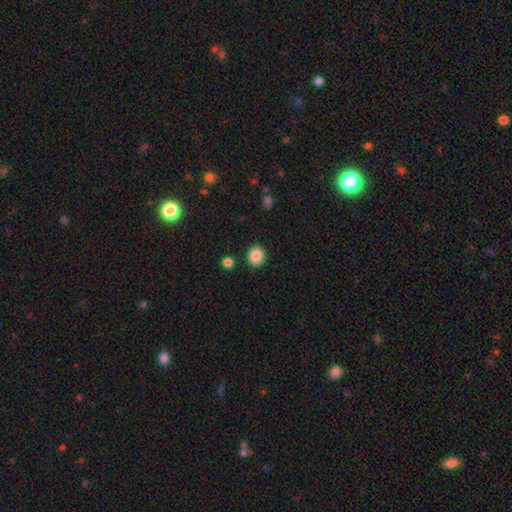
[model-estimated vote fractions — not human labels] Q: Smooth or featured?
A: smooth (87%); runner-up: star or artifact (9%)
Q: How rounded?
A: round (72%); runner-up: in between (27%)
Q: Merging?
A: none (88%); runner-up: minor disturbance (7%)